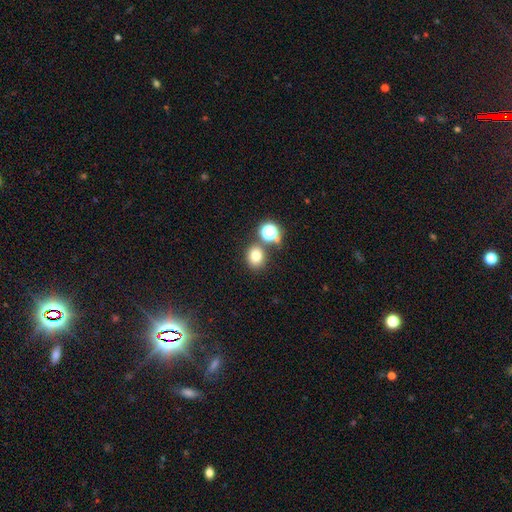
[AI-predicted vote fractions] Smooth or featured? Predicted: smooth (p=0.76). How rounded? Predicted: round (p=0.66). Merging? Predicted: none (p=0.72).